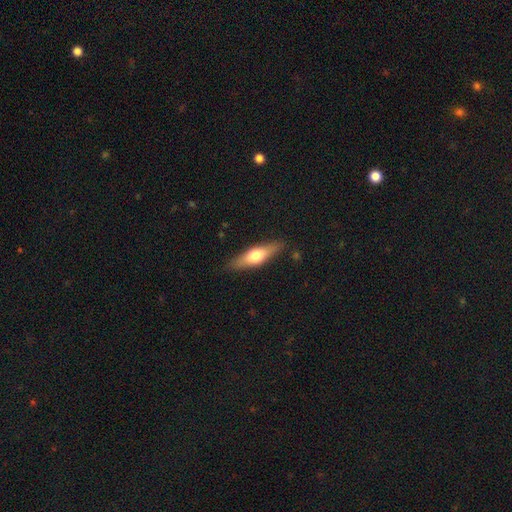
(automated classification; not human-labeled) Q: Smooth or featured?
A: smooth (50%); runner-up: featured or disk (44%)
Q: How rounded?
A: cigar-shaped (59%); runner-up: in between (38%)
Q: Merging?
A: none (86%); runner-up: minor disturbance (10%)